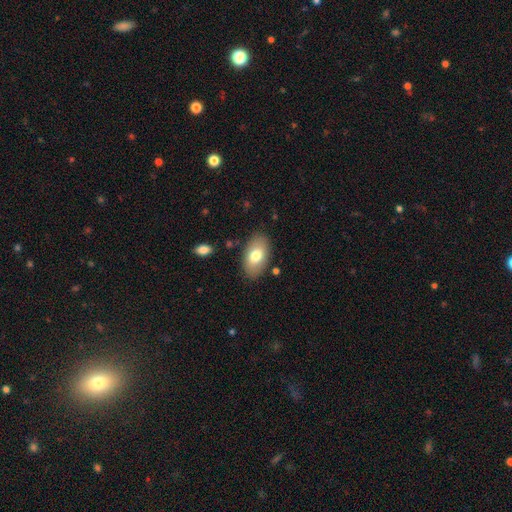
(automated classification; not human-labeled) This appears to be a smooth galaxy with no disk features (74%) that is in between round and cigar-shaped (94%). Merging: none (84%).